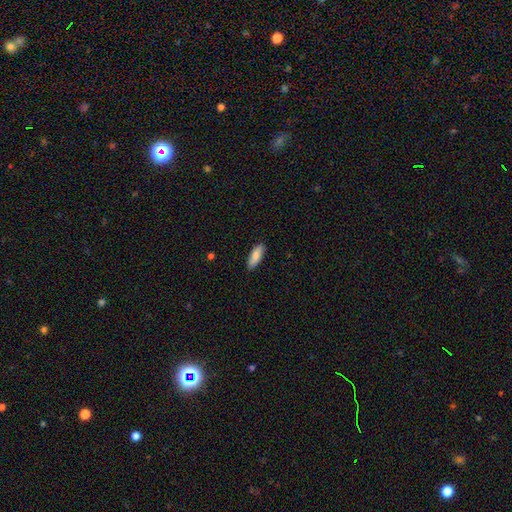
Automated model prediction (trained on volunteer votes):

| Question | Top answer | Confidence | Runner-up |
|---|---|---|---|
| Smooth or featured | smooth | 87% | featured or disk (8%) |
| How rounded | in between | 65% | cigar-shaped (34%) |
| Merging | none | 87% | minor disturbance (10%) |